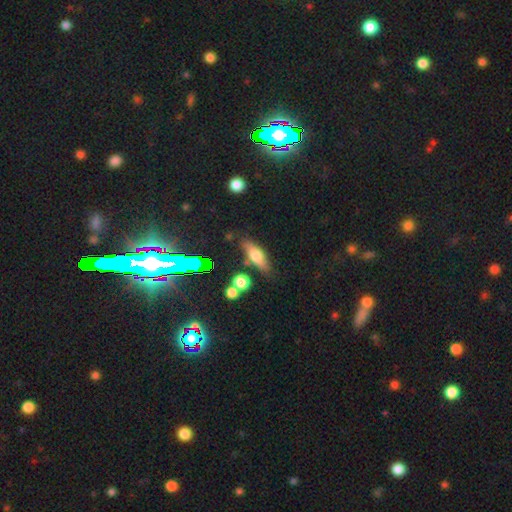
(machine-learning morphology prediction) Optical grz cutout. It shows a smooth galaxy with no disk features (58%) that is in between round and cigar-shaped (55%). Merging: none (74%).